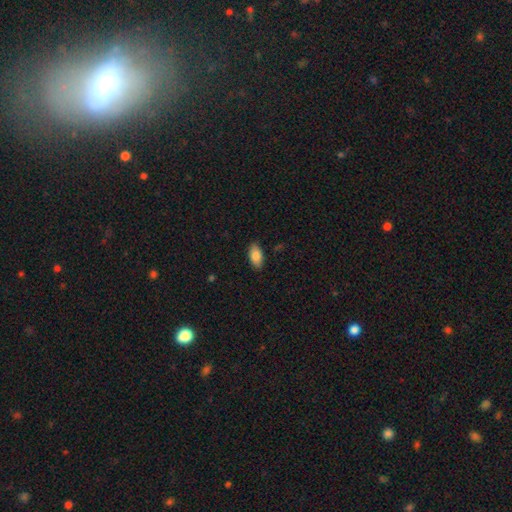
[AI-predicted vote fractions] Smooth or featured?
  - smooth: 85% *
  - featured or disk: 8%
  - star or artifact: 7%
How rounded?
  - in between: 93% *
  - cigar-shaped: 4%
  - round: 3%
Merging?
  - none: 87% *
  - minor disturbance: 10%
  - major disturbance: 2%
  - merger: 1%